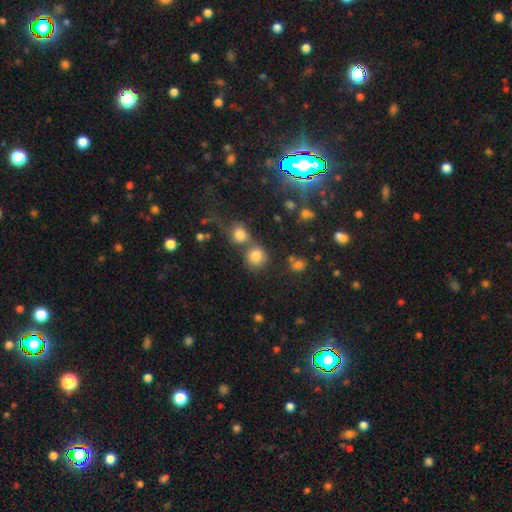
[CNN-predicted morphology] type=smooth (79%); roundness=round (86%); merging=none (46%).